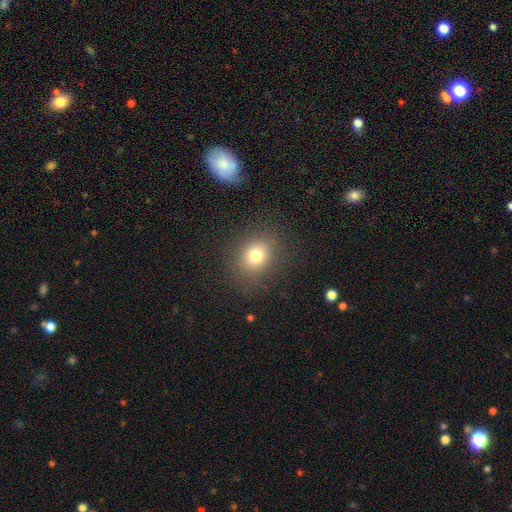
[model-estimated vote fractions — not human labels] The model was most divided on "how rounded": round: 63%, in between: 36%, cigar-shaped: 1%. More confident: merging — none (85%); smooth or featured — smooth (77%).